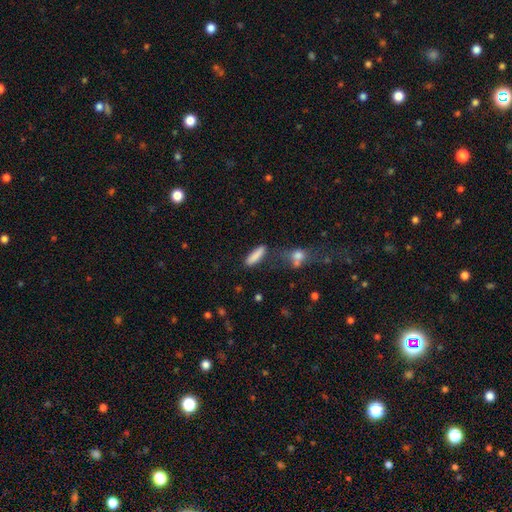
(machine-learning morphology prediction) Overall: smooth (85%). How rounded: cigar-shaped (68%; in between 29%). Merging: none (71%).